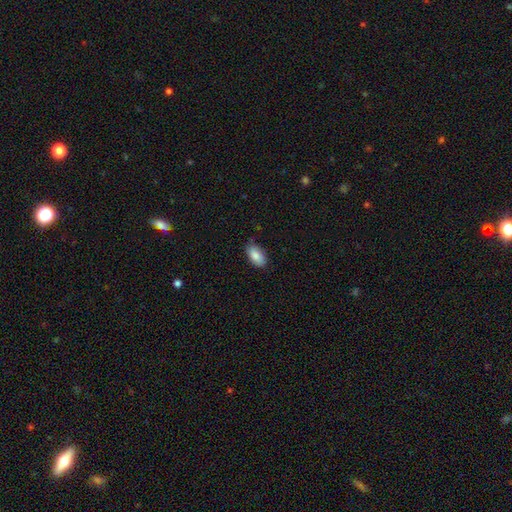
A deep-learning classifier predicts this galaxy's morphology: type=smooth (85%); roundness=in between (93%); merging=none (75%).